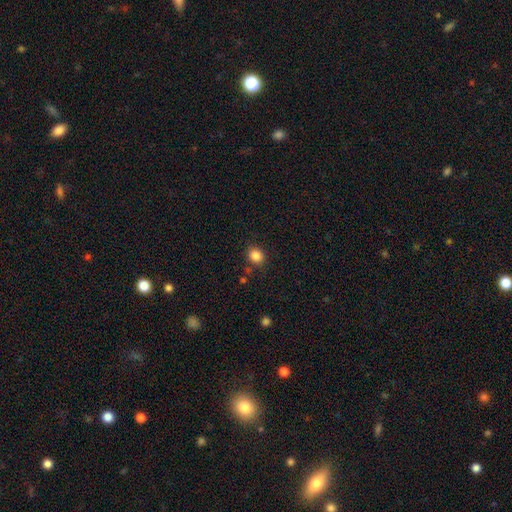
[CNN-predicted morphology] The model was most divided on "how rounded": round: 66%, in between: 33%, cigar-shaped: 1%. More confident: smooth or featured — smooth (85%); merging — none (83%).